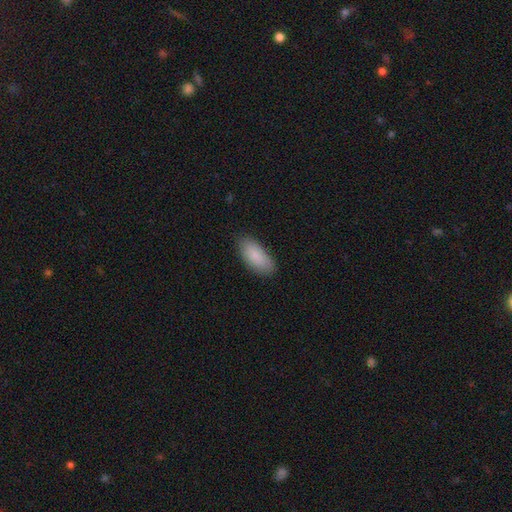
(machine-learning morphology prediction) Smooth or featured: smooth — 88% (featured or disk — 6%)
How rounded: in between — 88% (cigar-shaped — 11%)
Merging: none — 85% (minor disturbance — 12%)